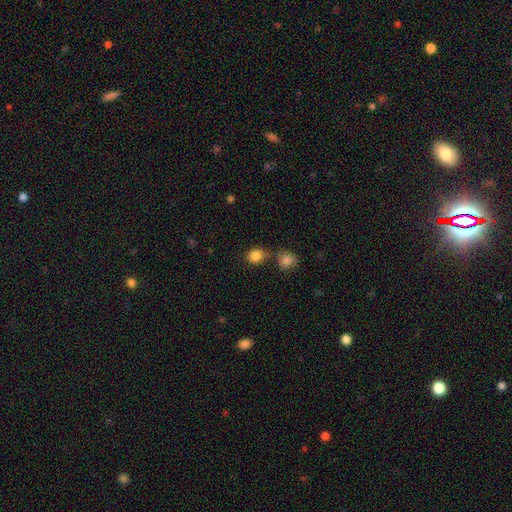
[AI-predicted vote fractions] smooth 85%, star or artifact 11%, featured or disk 5%. Down the decision tree: how rounded — round (76%); merging — none (65%).